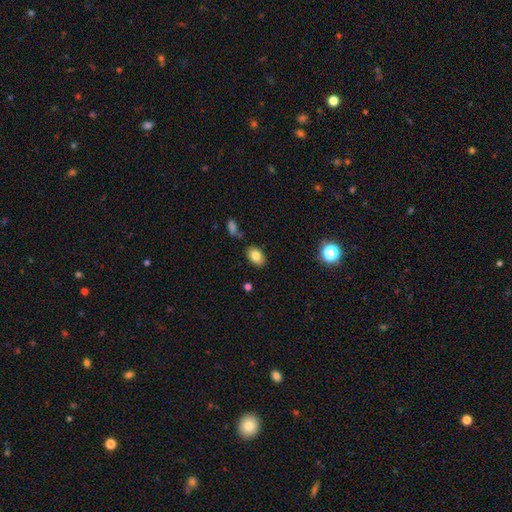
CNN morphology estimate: smooth-or-featured: smooth: 81% | featured or disk: 10% | star or artifact: 9%
  how-rounded: in between: 86% | round: 13% | cigar-shaped: 1%
  merging: none: 81% | minor disturbance: 13% | merger: 3% | major disturbance: 3%